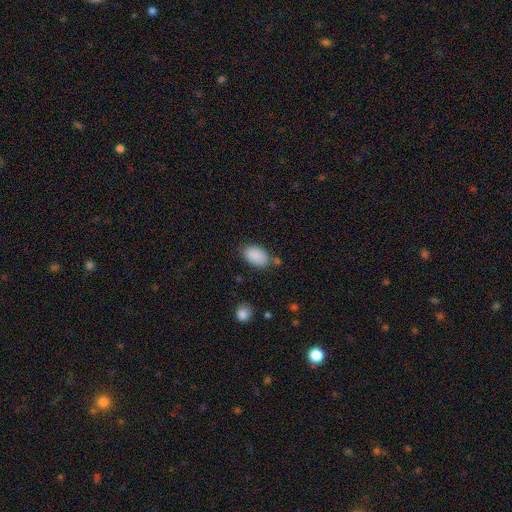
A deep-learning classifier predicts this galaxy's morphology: smooth 89%, star or artifact 7%, featured or disk 4%. Down the decision tree: how rounded — in between (93%); merging — none (72%).